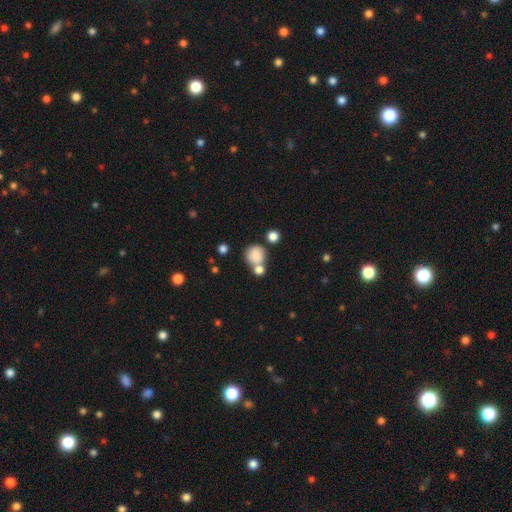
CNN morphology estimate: Smooth or featured?
  - smooth: 81% *
  - featured or disk: 10%
  - star or artifact: 9%
How rounded?
  - round: 85% *
  - in between: 14%
  - cigar-shaped: 1%
Merging?
  - none: 51% *
  - merger: 32%
  - minor disturbance: 12%
  - major disturbance: 5%